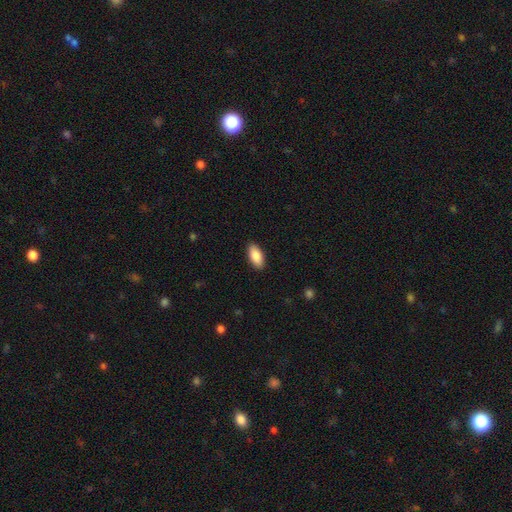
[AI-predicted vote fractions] This is clearly a smooth galaxy (88%). How rounded: clearly in between (91%). Merging: clearly none (90%).